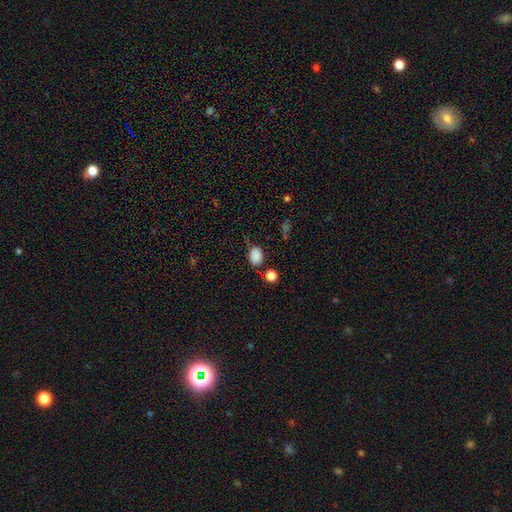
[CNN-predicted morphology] A smooth galaxy with no disk features (84%) that is in between round and cigar-shaped (70%). Merging: none (67%).